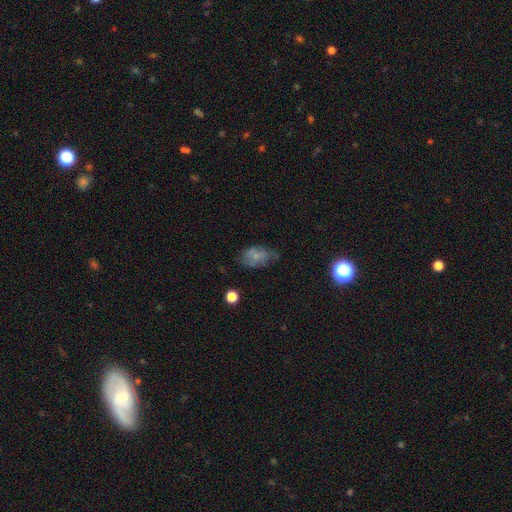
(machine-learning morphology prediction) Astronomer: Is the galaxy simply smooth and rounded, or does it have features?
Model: smooth — 62%.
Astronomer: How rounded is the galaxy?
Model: in between — 86%.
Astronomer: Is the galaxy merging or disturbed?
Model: none — 46% (runner-up: minor disturbance, 34%).